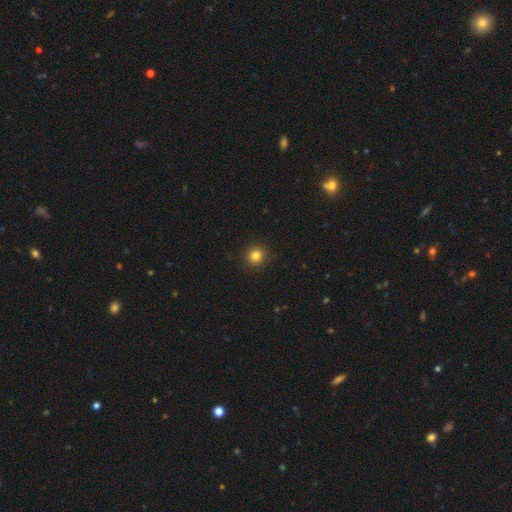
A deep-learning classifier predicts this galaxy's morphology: The model was most divided on "smooth or featured": smooth: 83%, star or artifact: 12%, featured or disk: 5%. More confident: how rounded — round (93%); merging — none (92%).